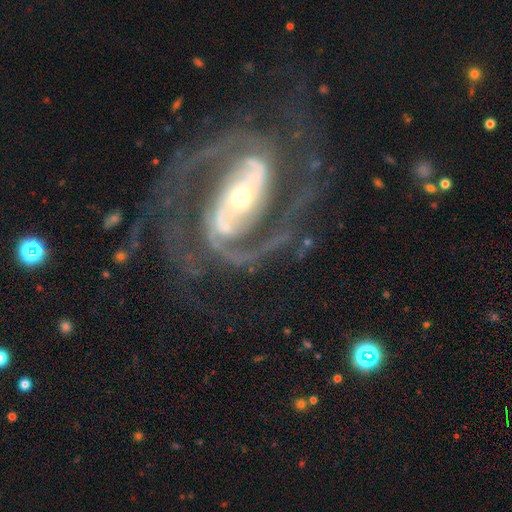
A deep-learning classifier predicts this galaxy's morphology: Overall: featured or disk (92%). Edge-on disk: no (97%). Bar: strong (57%; weak 25%). Spiral arms: yes (98%). Spiral arm count: 2 (88%). Spiral winding: medium (57%; tight 32%). Bulge size: small (53%; moderate 38%). Merging: none (73%).